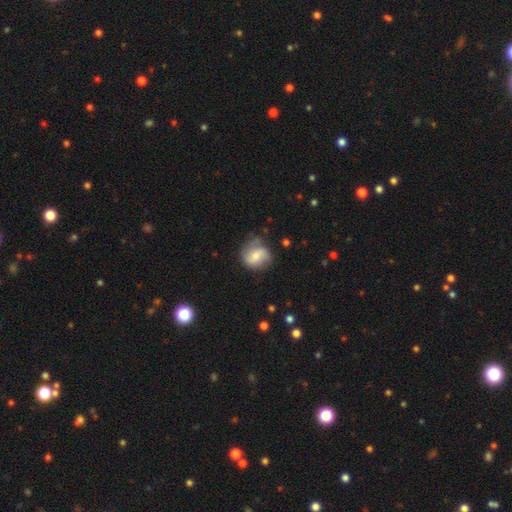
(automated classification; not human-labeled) Smooth or featured? smooth (49%)
Merging? none (62%)